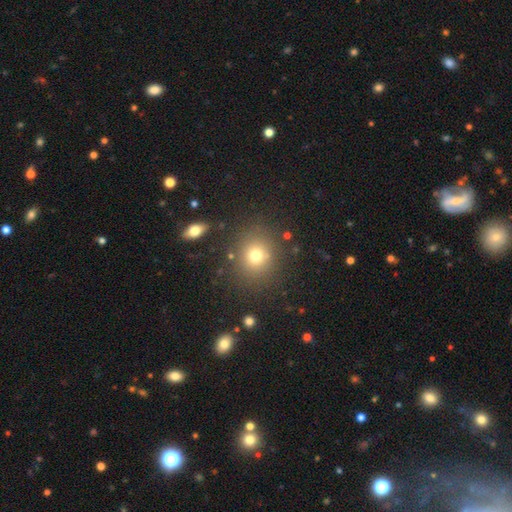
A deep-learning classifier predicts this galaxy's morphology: Smooth or featured: smooth — 73% (star or artifact — 17%)
How rounded: round — 80% (in between — 19%)
Merging: none — 82% (minor disturbance — 9%)